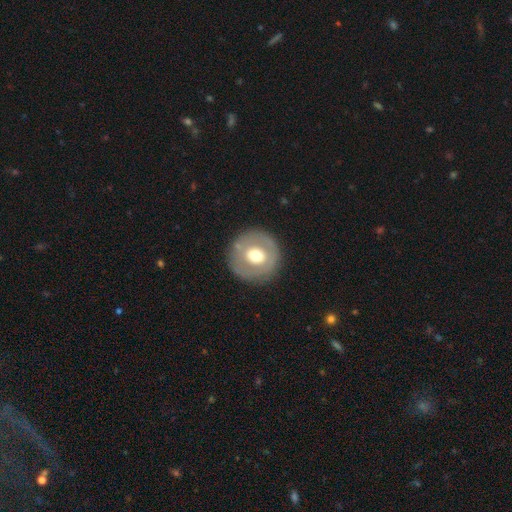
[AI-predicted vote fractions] A smooth galaxy with no disk features (53%) that is round (94%). Merging: none (85%).